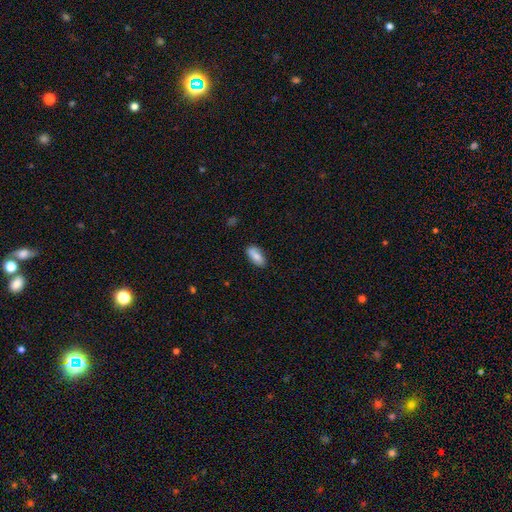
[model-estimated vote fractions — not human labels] Smooth or featured: smooth — 79% (featured or disk — 14%)
How rounded: in between — 86% (cigar-shaped — 11%)
Merging: none — 82% (minor disturbance — 13%)